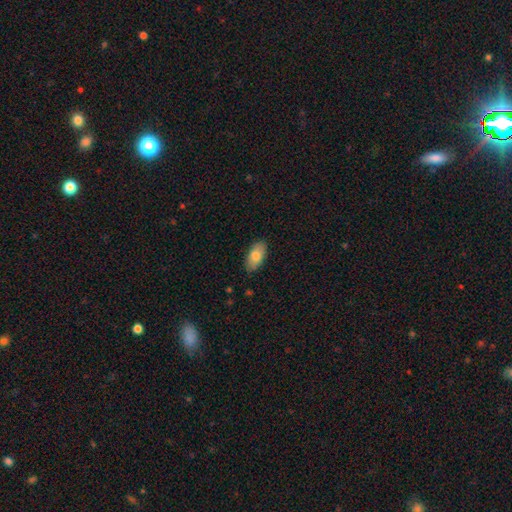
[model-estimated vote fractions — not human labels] Smooth or featured: smooth — 80% (featured or disk — 13%)
How rounded: in between — 92% (cigar-shaped — 5%)
Merging: none — 86% (minor disturbance — 11%)